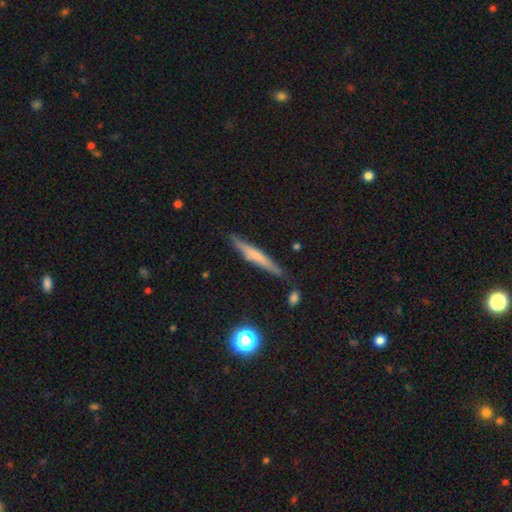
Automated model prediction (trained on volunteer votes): A smooth galaxy with no disk features (48%). Merging: none (83%).